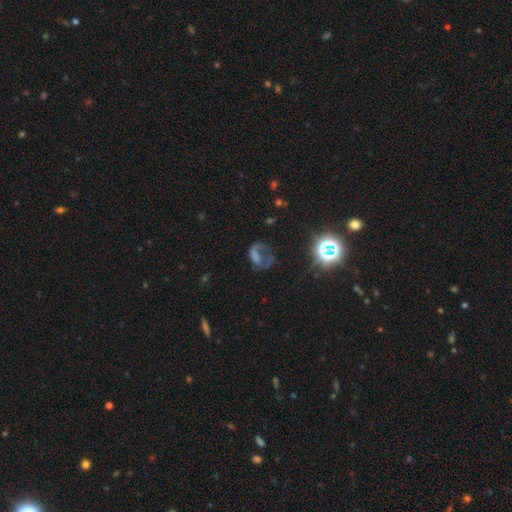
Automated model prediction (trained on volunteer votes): Q: Smooth or featured?
A: featured or disk (41%); runner-up: smooth (30%)
Q: Merging?
A: major disturbance (40%); runner-up: none (37%)